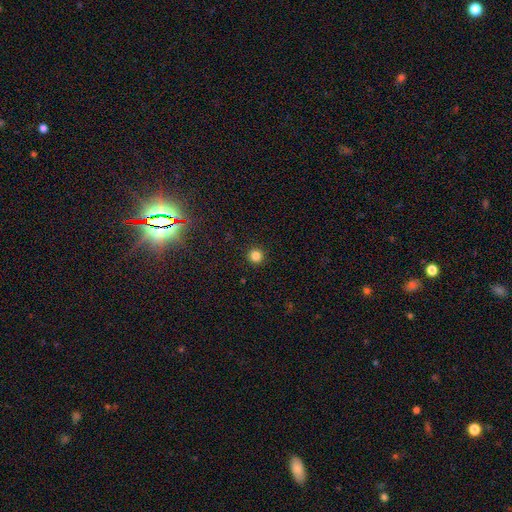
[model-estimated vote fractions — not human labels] Smooth or featured? Predicted: smooth (p=0.84). How rounded? Predicted: round (p=0.96). Merging? Predicted: none (p=0.93).